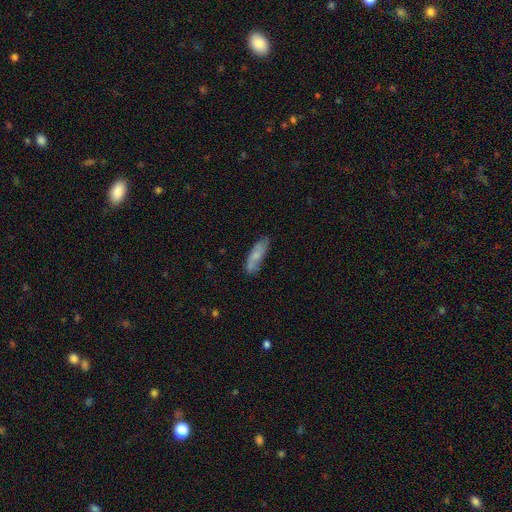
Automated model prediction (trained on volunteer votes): Overall: smooth (64%; featured or disk 29%). How rounded: cigar-shaped (52%; in between 46%). Merging: none (66%).